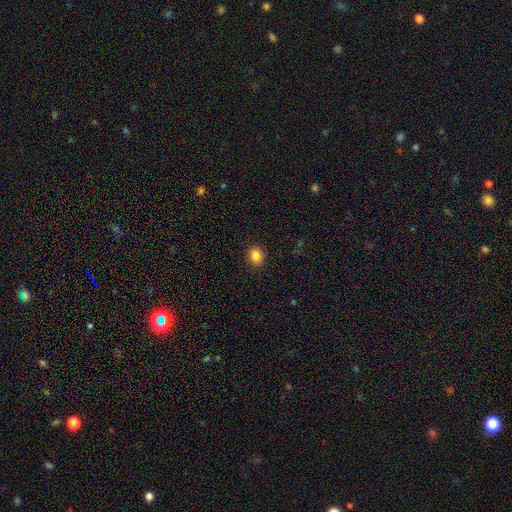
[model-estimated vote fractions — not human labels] smooth-or-featured: smooth: 85% | star or artifact: 11% | featured or disk: 4%
  how-rounded: round: 69% | in between: 30% | cigar-shaped: 1%
  merging: none: 91% | minor disturbance: 6% | major disturbance: 2% | merger: 1%